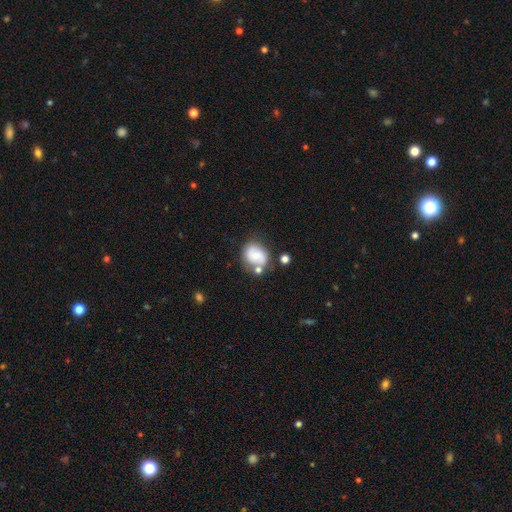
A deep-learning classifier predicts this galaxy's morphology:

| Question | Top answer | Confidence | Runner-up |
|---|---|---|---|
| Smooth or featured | smooth | 48% | featured or disk (43%) |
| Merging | none | 53% | minor disturbance (22%) |